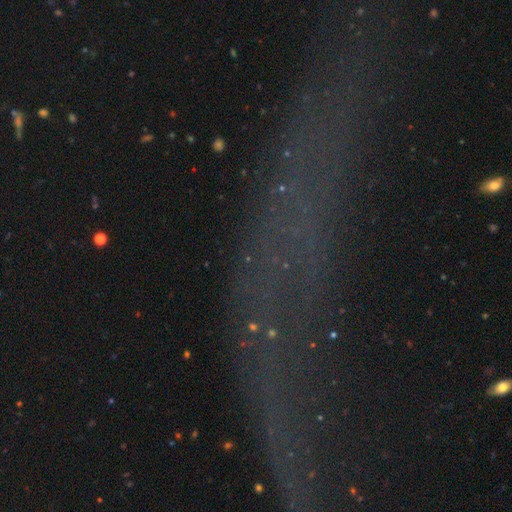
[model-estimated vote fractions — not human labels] The model was most divided on "smooth or featured": star or artifact: 55%, featured or disk: 26%, smooth: 19%.